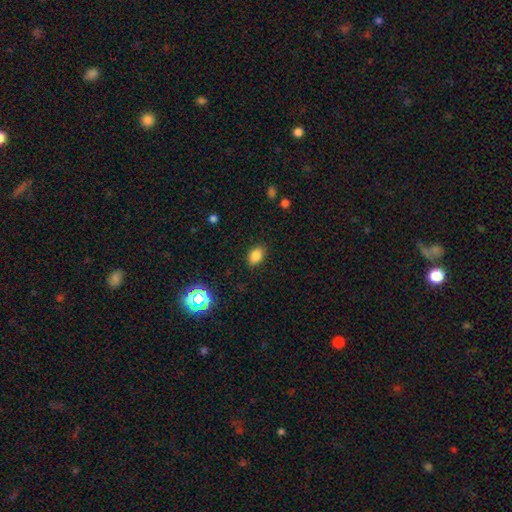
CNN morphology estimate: smooth_or_featured: smooth (p=0.83) [alt: star or artifact p=0.12]
how_rounded: in between (p=0.79) [alt: round p=0.19]
merging: none (p=0.86) [alt: minor disturbance p=0.10]